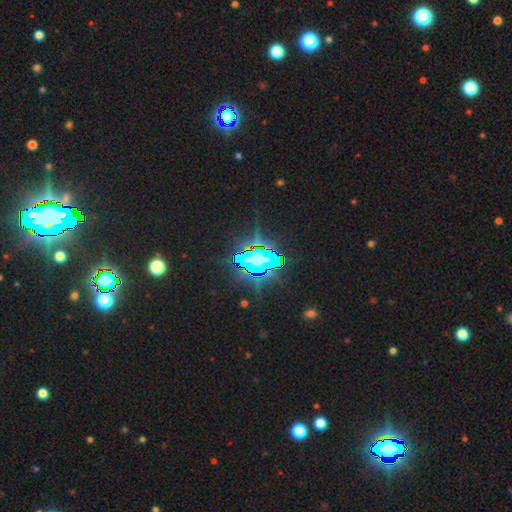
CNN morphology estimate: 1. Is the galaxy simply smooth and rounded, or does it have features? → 80% star or artifact, 12% smooth, 9% featured or disk.